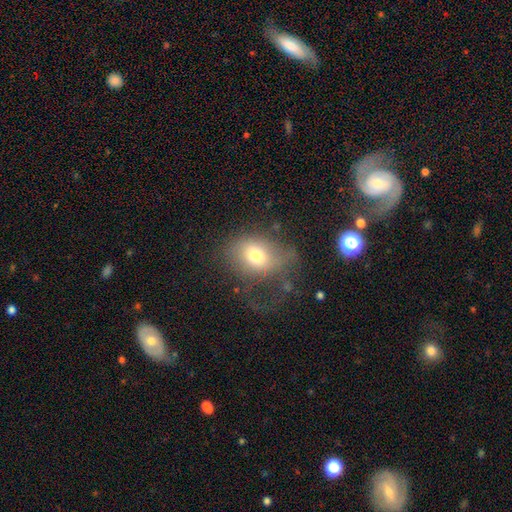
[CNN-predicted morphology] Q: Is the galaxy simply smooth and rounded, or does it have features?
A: smooth — 70%.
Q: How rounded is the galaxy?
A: in between — 62%.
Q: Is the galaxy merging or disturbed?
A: major disturbance — 37%.